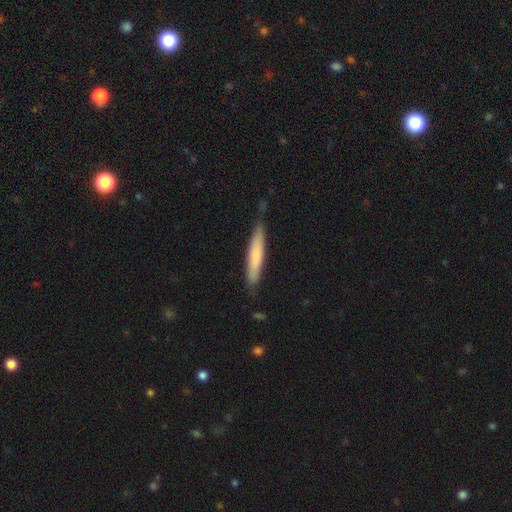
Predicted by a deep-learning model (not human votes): The model was most divided on "smooth or featured": smooth: 71%, featured or disk: 24%, star or artifact: 5%. More confident: how rounded — cigar-shaped (93%); merging — none (79%).